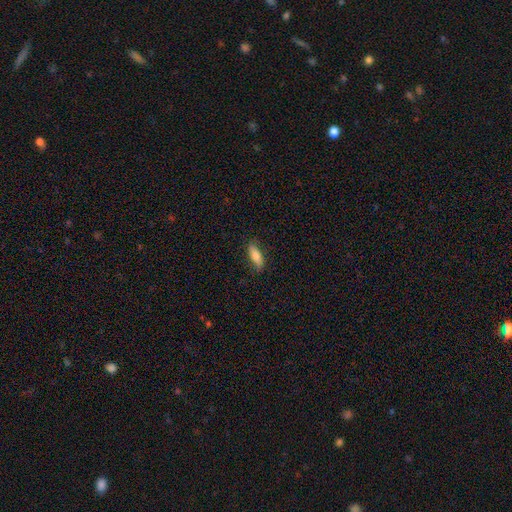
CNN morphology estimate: A smooth galaxy with no disk features (77%) that is in between round and cigar-shaped (61%).

Vote fractions:
- Smooth or featured? smooth: 77% / featured or disk: 17% / star or artifact: 6%
- How rounded? in between: 61% / cigar-shaped: 37% / round: 2%
- Merging? none: 80% / minor disturbance: 15% / major disturbance: 3% / merger: 1%